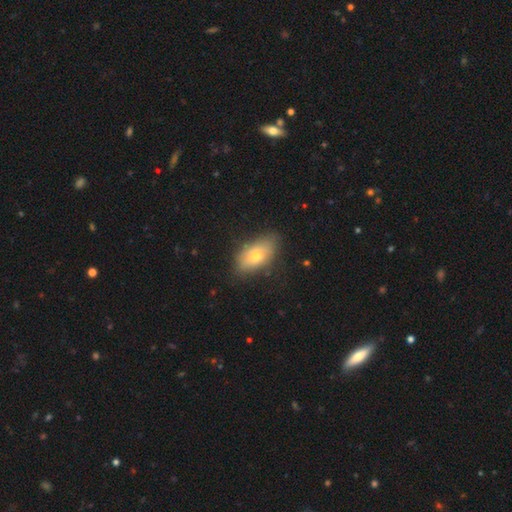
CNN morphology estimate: Q: Smooth or featured?
A: smooth (70%); runner-up: featured or disk (22%)
Q: How rounded?
A: in between (88%); runner-up: round (6%)
Q: Merging?
A: none (79%); runner-up: minor disturbance (16%)